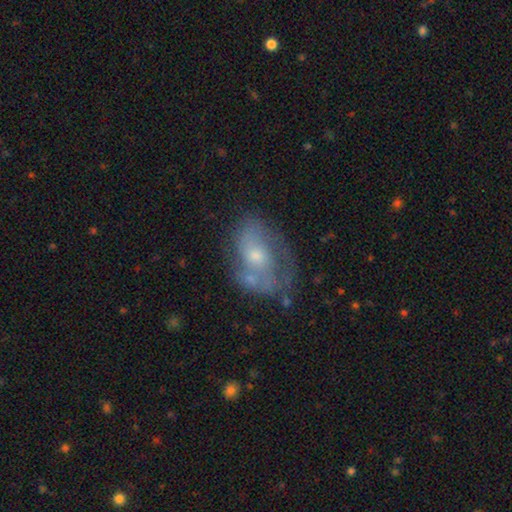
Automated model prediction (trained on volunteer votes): A featured or disk galaxy (66%) with no bar (68%), spiral arms (72%) and a small central bulge (49%). Merging: none (47%).